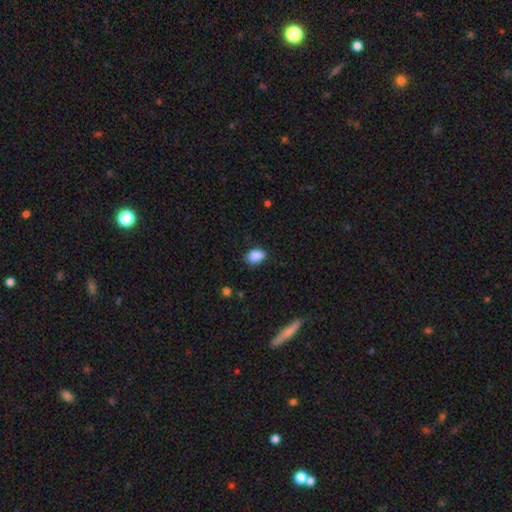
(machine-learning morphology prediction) smooth-or-featured: smooth: 88% | star or artifact: 8% | featured or disk: 3%
  how-rounded: in between: 83% | round: 15% | cigar-shaped: 1%
  merging: none: 79% | minor disturbance: 16% | major disturbance: 3% | merger: 1%